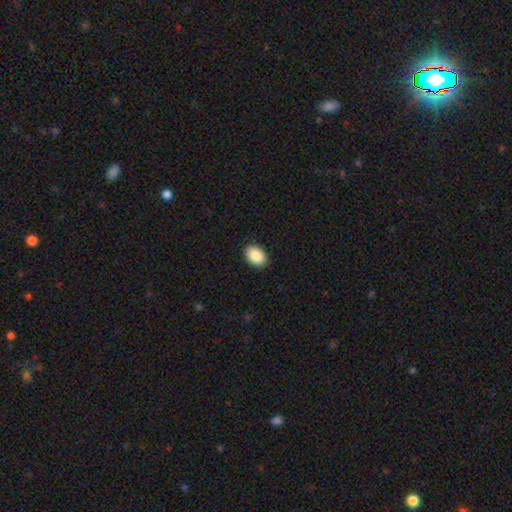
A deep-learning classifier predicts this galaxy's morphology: Smooth or featured? smooth (89%)
How rounded? in between (82%)
Merging? none (90%)